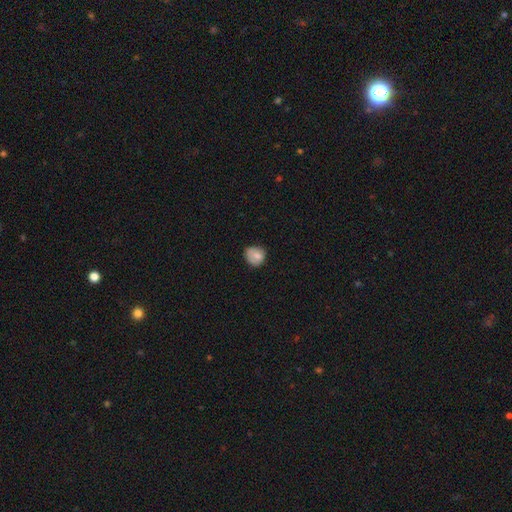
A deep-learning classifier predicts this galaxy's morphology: Q: Smooth or featured?
A: smooth (78%); runner-up: featured or disk (14%)
Q: How rounded?
A: round (76%); runner-up: in between (23%)
Q: Merging?
A: none (64%); runner-up: minor disturbance (27%)